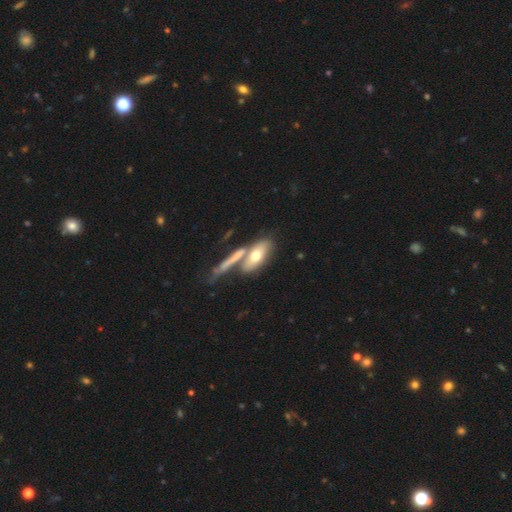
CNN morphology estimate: The model was most divided on "merging": none: 42%, merger: 37%, minor disturbance: 13%, major disturbance: 8%. More confident: how rounded — in between (72%); smooth or featured — smooth (58%).